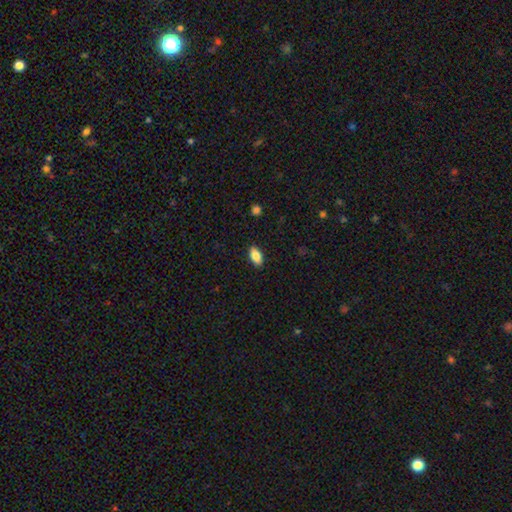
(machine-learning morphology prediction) Overall: smooth (83%). How rounded: in between (90%). Merging: none (88%).